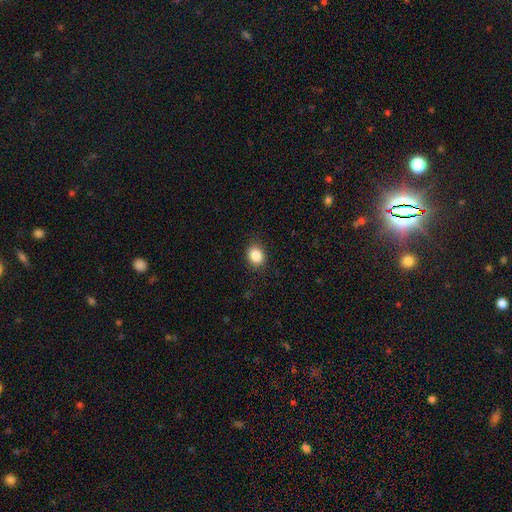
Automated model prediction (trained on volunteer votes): This appears to be a smooth galaxy with no disk features (86%) that is round (54%). Merging: none (87%).